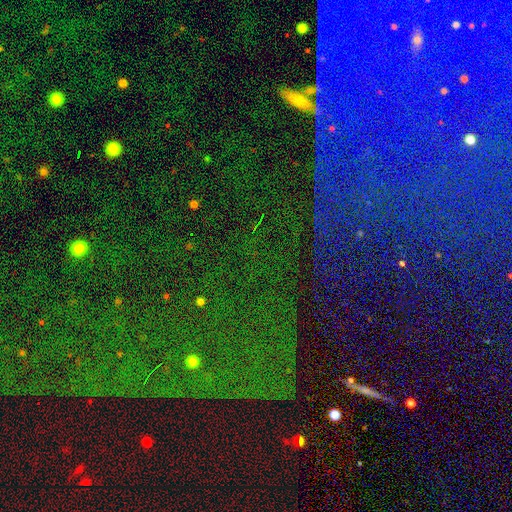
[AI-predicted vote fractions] The model was most divided on "smooth or featured": star or artifact: 84%, smooth: 8%, featured or disk: 8%.